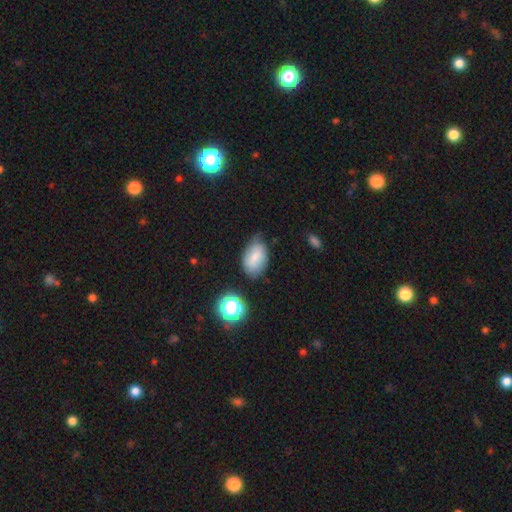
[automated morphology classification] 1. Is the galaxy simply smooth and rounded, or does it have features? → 72% smooth, 18% featured or disk, 10% star or artifact.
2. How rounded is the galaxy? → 87% in between, 11% round, 2% cigar-shaped.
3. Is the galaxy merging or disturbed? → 61% none, 30% minor disturbance, 6% major disturbance, 3% merger.